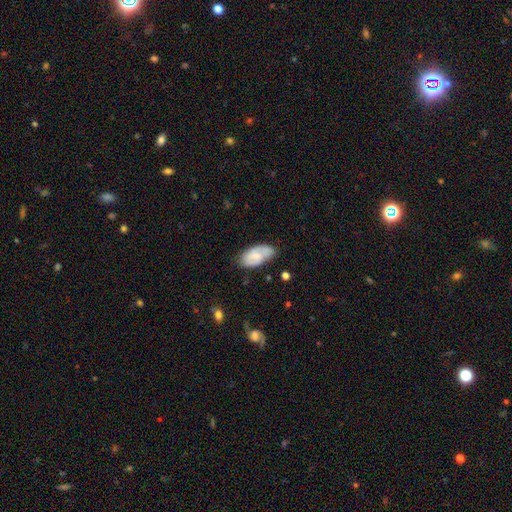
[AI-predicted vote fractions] The model was most divided on "smooth or featured": smooth: 48%, featured or disk: 45%, star or artifact: 7%. More confident: merging — none (63%).